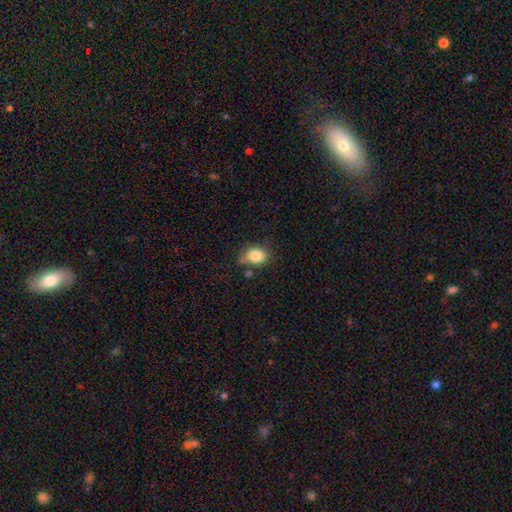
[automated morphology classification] The model was most divided on "how rounded": in between: 51%, round: 48%, cigar-shaped: 1%. More confident: smooth or featured — smooth (83%); merging — none (60%).